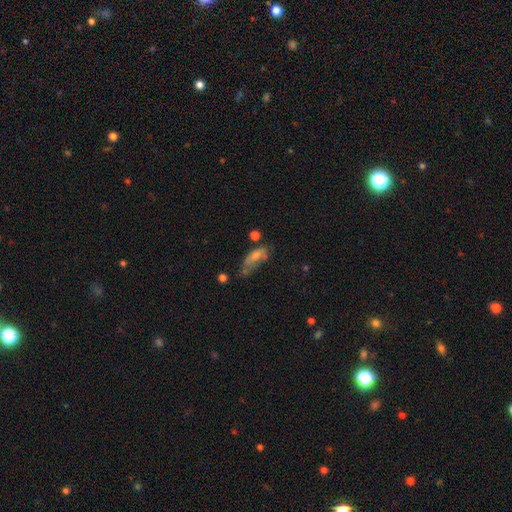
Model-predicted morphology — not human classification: Smooth or featured?
  - smooth: 57% *
  - featured or disk: 30%
  - star or artifact: 13%
How rounded?
  - in between: 69% *
  - cigar-shaped: 26%
  - round: 5%
Merging?
  - minor disturbance: 31% *
  - none: 30%
  - major disturbance: 29%
  - merger: 9%